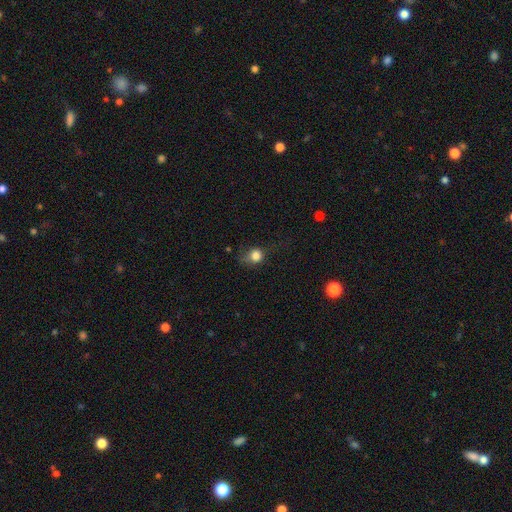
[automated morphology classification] A smooth galaxy with no disk features (77%) that is round (77%). Merging: none (50%).